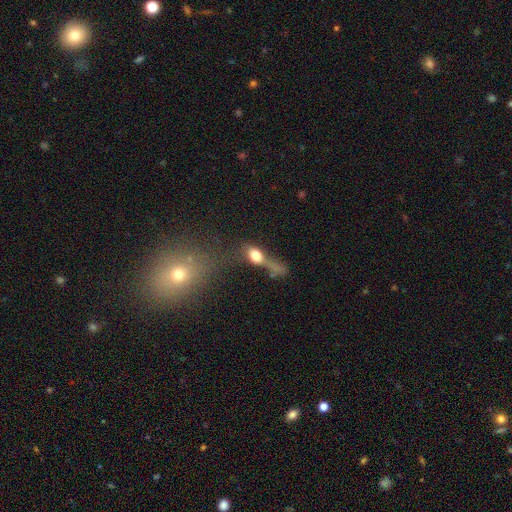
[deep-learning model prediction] This is likely a smooth galaxy (63%). How rounded: likely in between (61%). Merging: marginally major disturbance (39%).